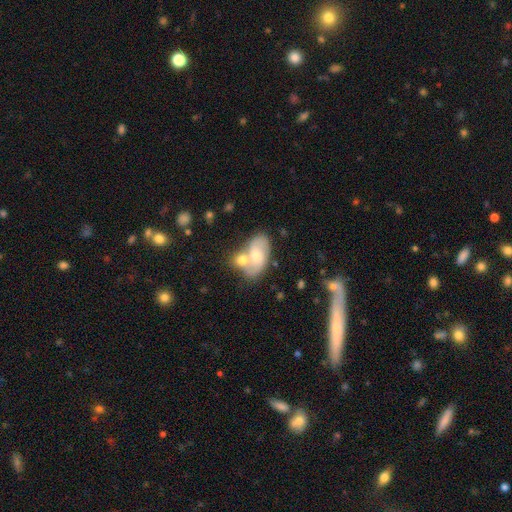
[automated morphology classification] smooth 51%, featured or disk 43%, star or artifact 7%. Down the decision tree: how rounded — in between (89%); merging — merger (50%).